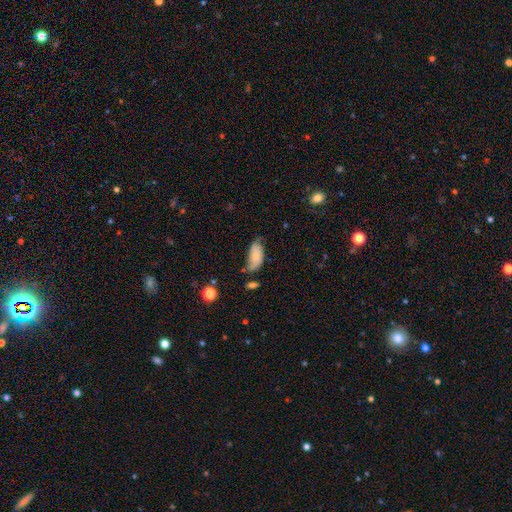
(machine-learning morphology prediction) smooth 71%, featured or disk 21%, star or artifact 8%. Down the decision tree: how rounded — in between (89%); merging — none (44%).